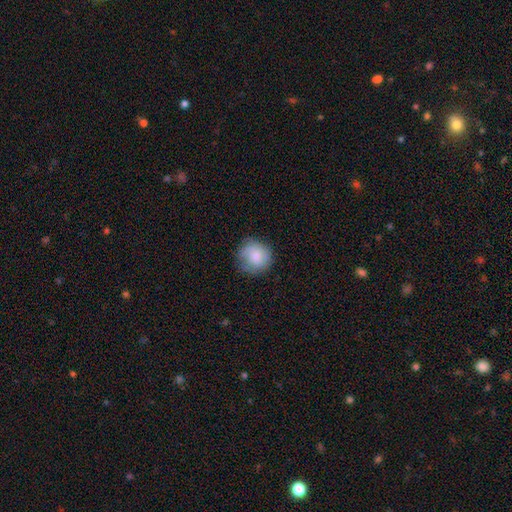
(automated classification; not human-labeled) Morphology: type=smooth (74%); roundness=round (87%); merging=none (71%).